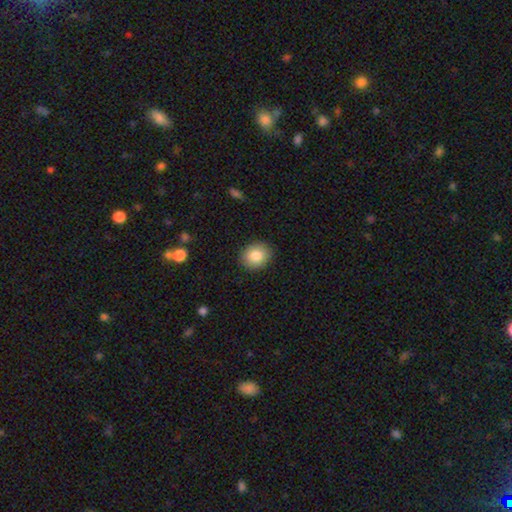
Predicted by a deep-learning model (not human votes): This is clearly a smooth galaxy (85%). How rounded: possibly round (57%). Merging: clearly none (89%).